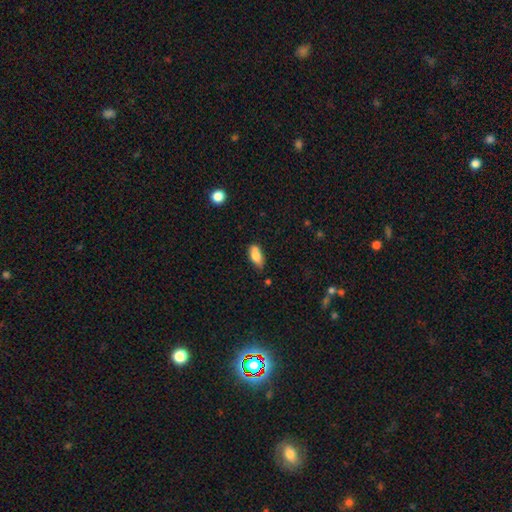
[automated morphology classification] smooth-or-featured: smooth: 76% | featured or disk: 17% | star or artifact: 7%
  how-rounded: in between: 85% | cigar-shaped: 12% | round: 3%
  merging: none: 66% | minor disturbance: 23% | merger: 6% | major disturbance: 4%